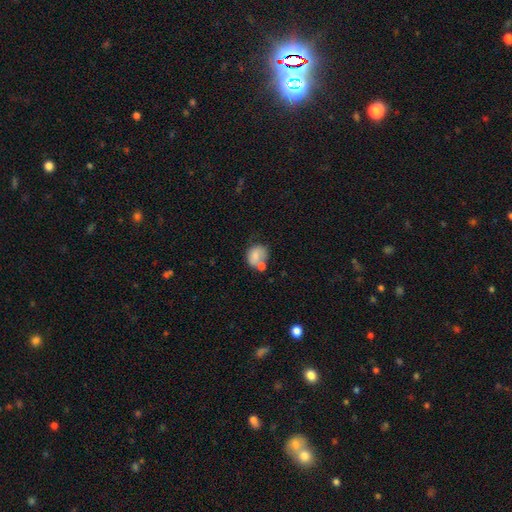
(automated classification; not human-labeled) Overall: smooth (72%). How rounded: round (52%; in between 47%). Merging: none (35%, tied with merger).